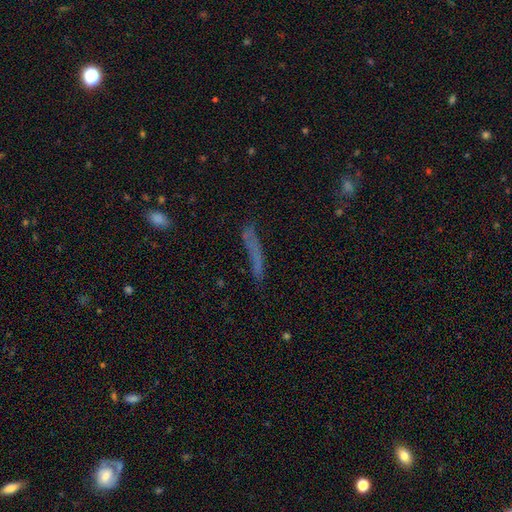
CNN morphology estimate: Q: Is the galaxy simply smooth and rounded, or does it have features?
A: smooth — 55%.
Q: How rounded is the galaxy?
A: cigar-shaped — 89%.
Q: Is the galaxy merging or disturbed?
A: none — 60%.